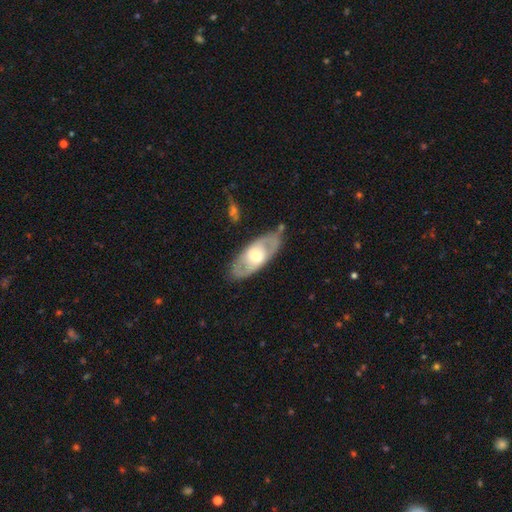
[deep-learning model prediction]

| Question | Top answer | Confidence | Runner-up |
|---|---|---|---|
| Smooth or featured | featured or disk | 60% | smooth (36%) |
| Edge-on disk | no | 83% | yes (17%) |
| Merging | none | 76% | minor disturbance (16%) |